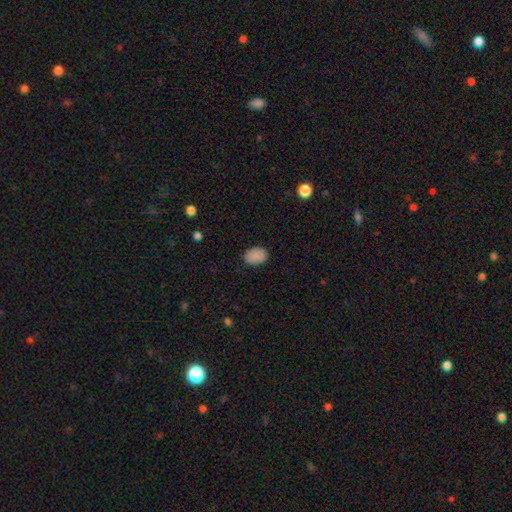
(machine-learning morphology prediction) The model was most divided on "how rounded": in between: 82%, round: 17%, cigar-shaped: 1%. More confident: smooth or featured — smooth (88%); merging — none (87%).